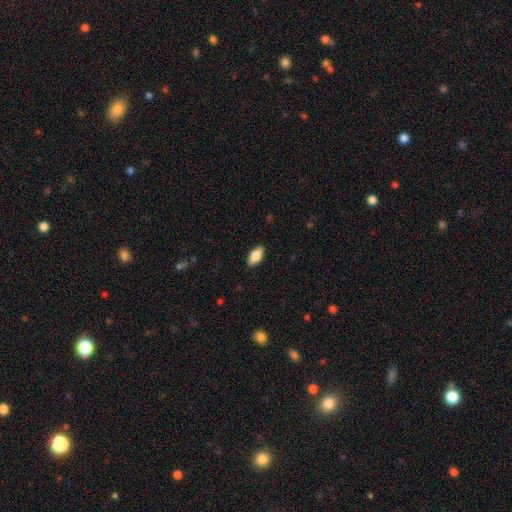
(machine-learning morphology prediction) This is clearly a smooth galaxy (84%). How rounded: clearly in between (90%). Merging: clearly none (88%).